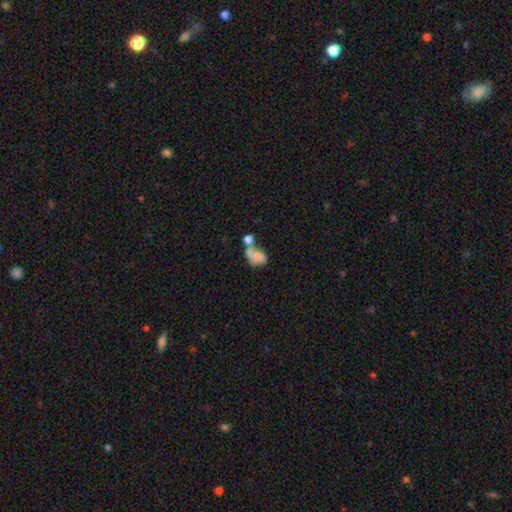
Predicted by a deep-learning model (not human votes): Smooth or featured?
  - smooth: 57% *
  - featured or disk: 32%
  - star or artifact: 11%
How rounded?
  - in between: 76% *
  - round: 23%
  - cigar-shaped: 2%
Merging?
  - merger: 52% *
  - major disturbance: 18%
  - none: 17%
  - minor disturbance: 12%